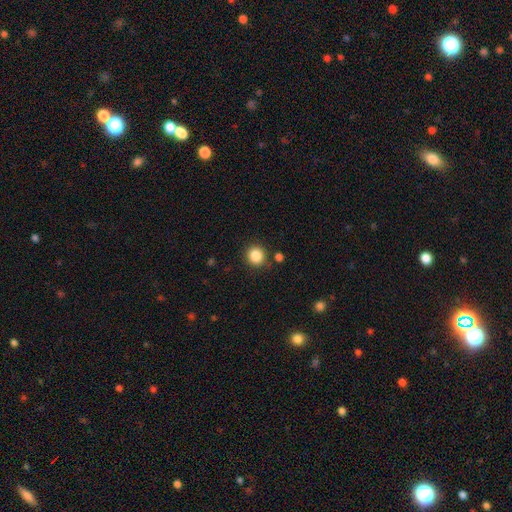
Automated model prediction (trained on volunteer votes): smooth-or-featured: smooth: 86% | star or artifact: 10% | featured or disk: 4%
  how-rounded: round: 91% | in between: 8% | cigar-shaped: 1%
  merging: none: 86% | minor disturbance: 8% | merger: 4% | major disturbance: 3%